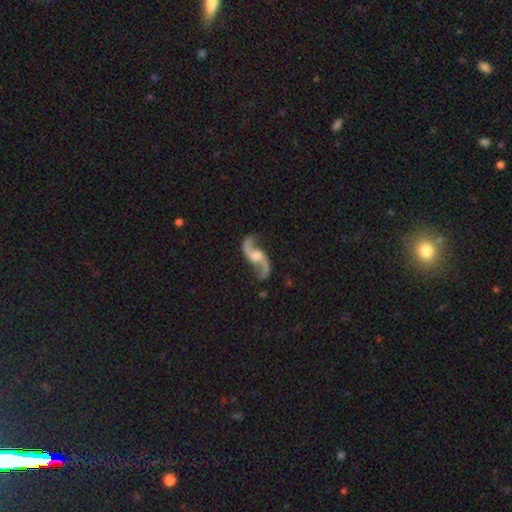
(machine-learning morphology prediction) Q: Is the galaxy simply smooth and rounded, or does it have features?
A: featured or disk — 92%.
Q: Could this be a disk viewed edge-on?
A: no — 96%.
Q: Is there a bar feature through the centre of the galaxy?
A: no — 53%.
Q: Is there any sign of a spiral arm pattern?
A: yes — 97%.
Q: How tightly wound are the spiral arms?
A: loose — 86%.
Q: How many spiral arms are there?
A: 2 — 95%.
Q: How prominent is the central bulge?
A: moderate — 42%.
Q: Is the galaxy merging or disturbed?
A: none — 81%.